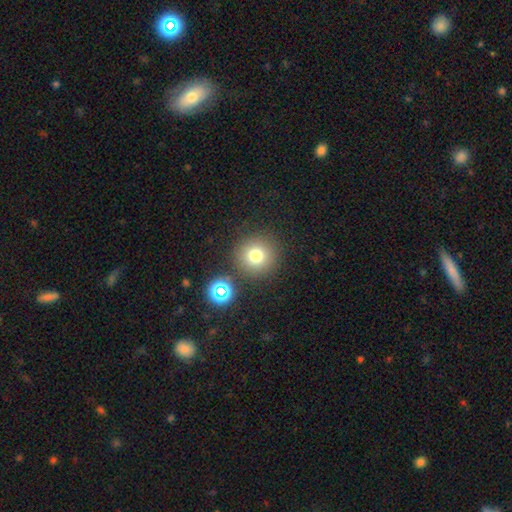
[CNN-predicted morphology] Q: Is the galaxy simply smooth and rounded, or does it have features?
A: smooth — 75%.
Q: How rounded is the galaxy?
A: round — 95%.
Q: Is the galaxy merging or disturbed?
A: none — 84%.